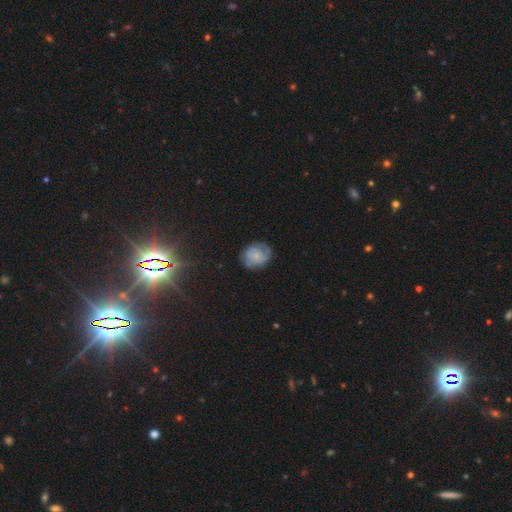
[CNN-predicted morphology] A smooth galaxy with no disk features (48%).

Vote fractions:
- Smooth or featured? smooth: 48% / featured or disk: 42% / star or artifact: 10%
- Merging? none: 67% / minor disturbance: 23% / major disturbance: 8% / merger: 2%